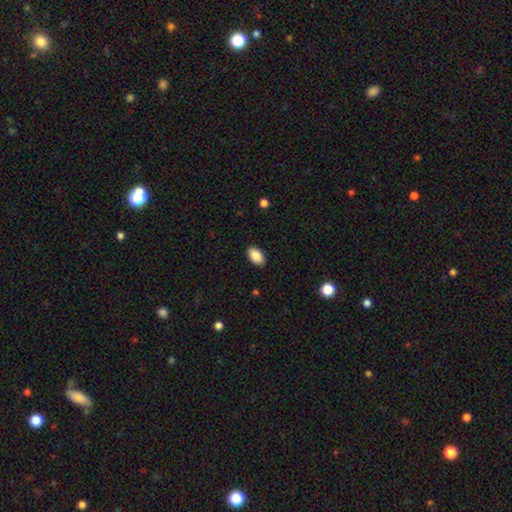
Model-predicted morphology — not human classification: Smooth or featured: smooth — 88% (star or artifact — 7%)
How rounded: in between — 93% (round — 6%)
Merging: none — 88% (minor disturbance — 9%)